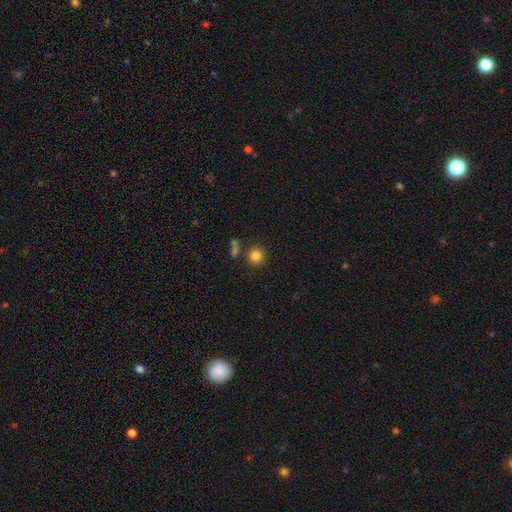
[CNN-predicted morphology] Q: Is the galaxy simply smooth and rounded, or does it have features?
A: smooth — 83%.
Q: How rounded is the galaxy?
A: round — 92%.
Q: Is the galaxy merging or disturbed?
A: none — 81%.